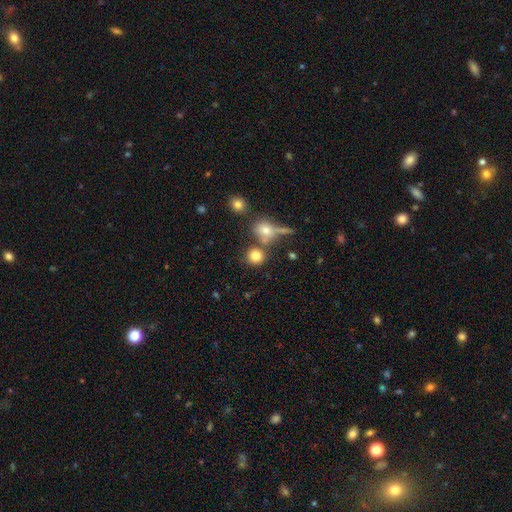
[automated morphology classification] This appears to be a smooth galaxy with no disk features (79%) that is round (87%). Merging: none (64%).